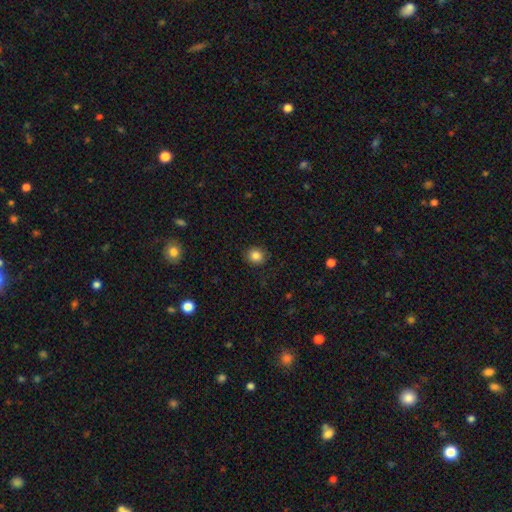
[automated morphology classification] smooth 85%, star or artifact 10%, featured or disk 5%. Down the decision tree: how rounded — round (80%); merging — none (86%).